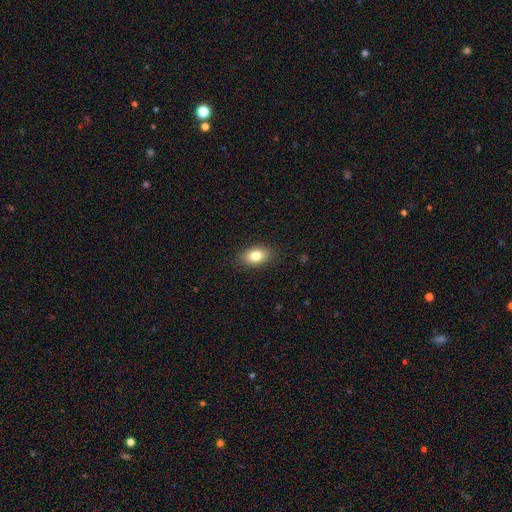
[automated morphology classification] type=smooth (81%); roundness=in between (85%); merging=none (88%).